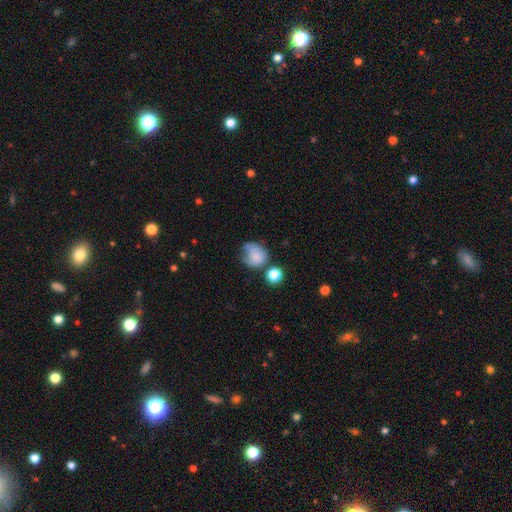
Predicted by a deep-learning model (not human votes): This appears to be a smooth galaxy with no disk features (69%) that is round (62%). Merging: none (33%).